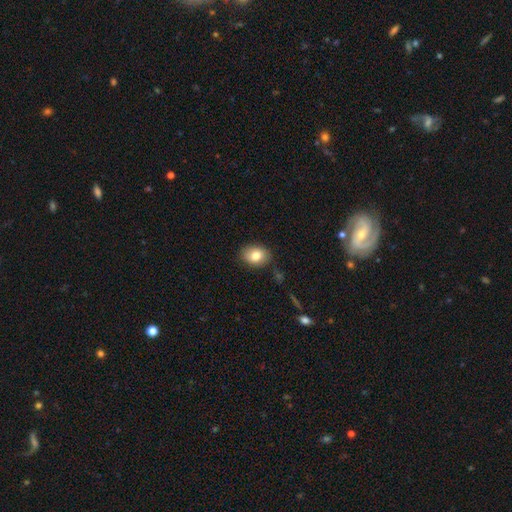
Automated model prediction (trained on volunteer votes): This appears to be a smooth galaxy with no disk features (81%) that is in between round and cigar-shaped (66%). Merging: none (85%).